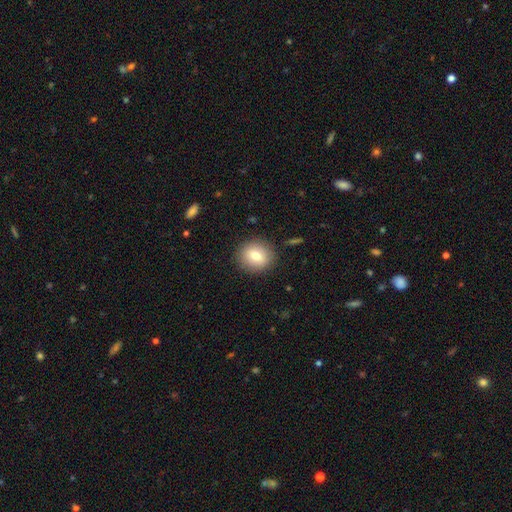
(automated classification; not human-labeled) Morphology: type=smooth (77%); roundness=round (77%); merging=none (88%).